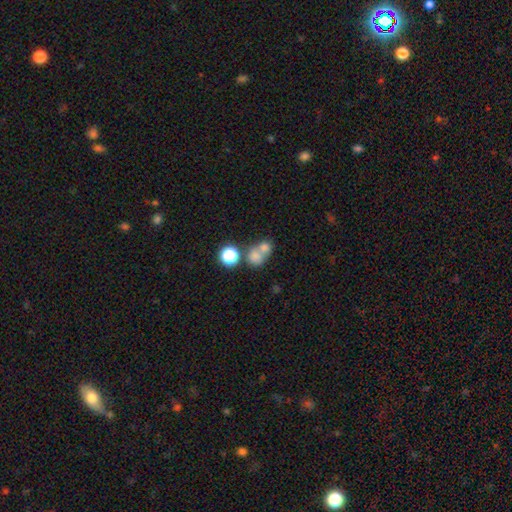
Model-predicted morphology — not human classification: Overall: smooth (72%). How rounded: round (73%). Merging: merger (57%; none 32%).